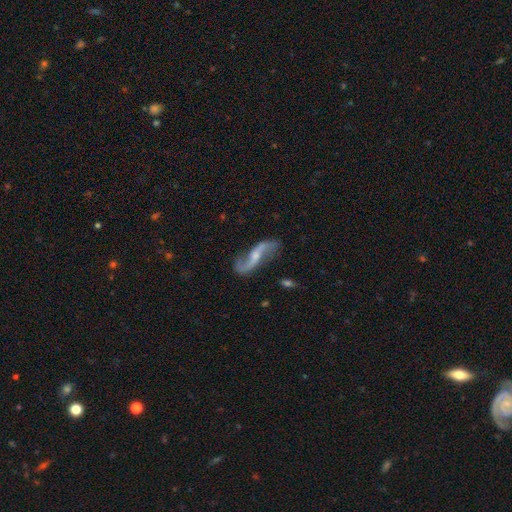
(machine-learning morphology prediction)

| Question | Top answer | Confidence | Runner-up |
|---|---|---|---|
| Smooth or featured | featured or disk | 87% | smooth (8%) |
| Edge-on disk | no | 93% | yes (7%) |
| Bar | weak | 40% | no (38%) |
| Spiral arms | yes | 96% | no (4%) |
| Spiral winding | loose | 88% | medium (9%) |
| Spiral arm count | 2 | 93% | 1 (3%) |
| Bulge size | small | 50% | moderate (32%) |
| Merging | none | 74% | minor disturbance (16%) |